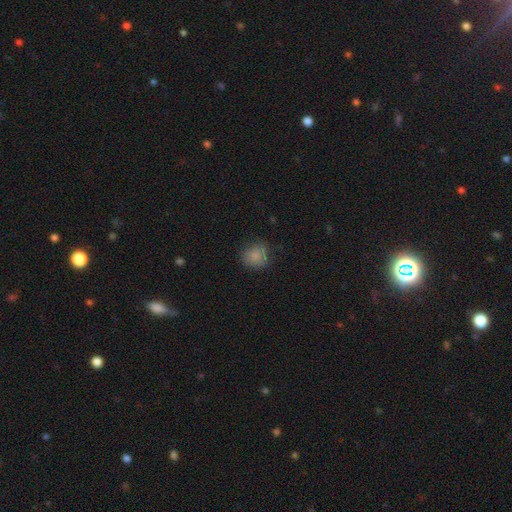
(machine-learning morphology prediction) This is likely a smooth galaxy (80%). How rounded: clearly round (80%). Merging: likely none (66%).